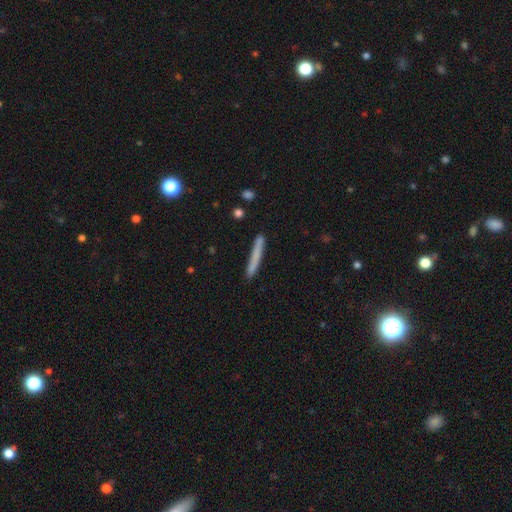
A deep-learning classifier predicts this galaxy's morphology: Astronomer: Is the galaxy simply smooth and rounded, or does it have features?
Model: smooth — 72%.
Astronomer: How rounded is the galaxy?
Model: cigar-shaped — 97%.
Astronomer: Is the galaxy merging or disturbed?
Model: none — 88%.